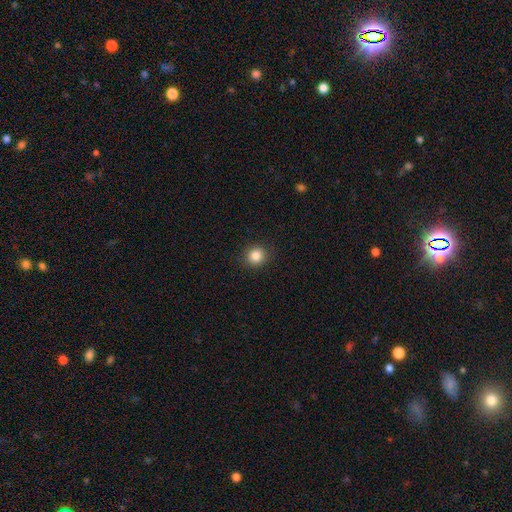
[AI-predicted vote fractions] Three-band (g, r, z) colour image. It shows a smooth galaxy with no disk features (85%) that is round (87%). Merging: none (90%).